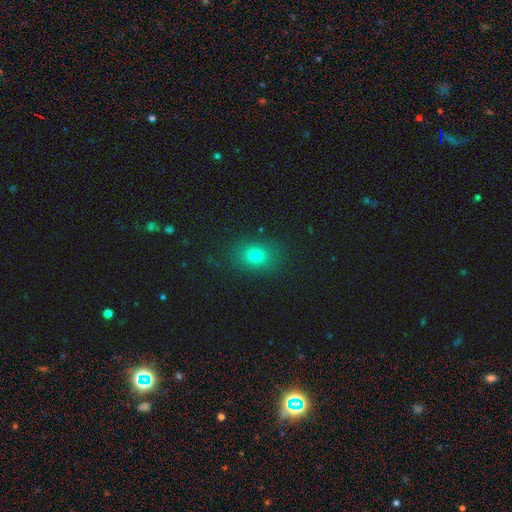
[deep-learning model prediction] smooth 74%, star or artifact 16%, featured or disk 10%. Down the decision tree: how rounded — in between (57%); merging — none (83%).